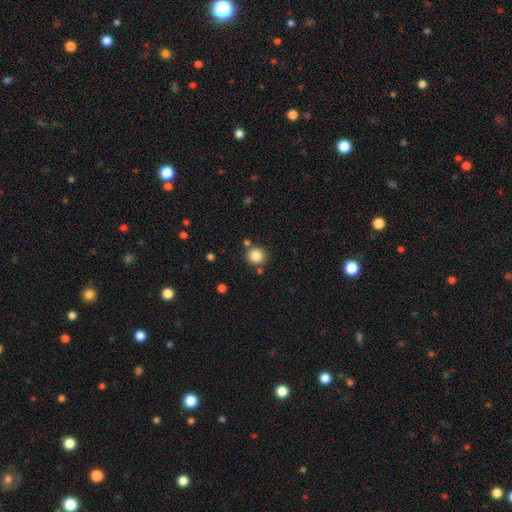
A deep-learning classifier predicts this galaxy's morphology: Overall: smooth (85%). How rounded: round (90%). Merging: none (79%).